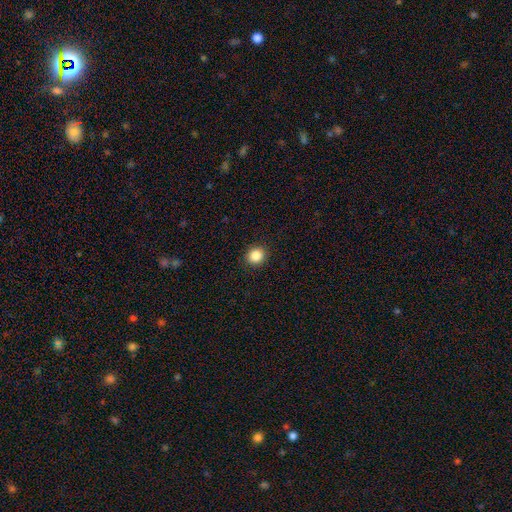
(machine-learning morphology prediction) Smooth or featured: smooth — 86% (star or artifact — 10%)
How rounded: round — 84% (in between — 16%)
Merging: none — 92% (minor disturbance — 5%)